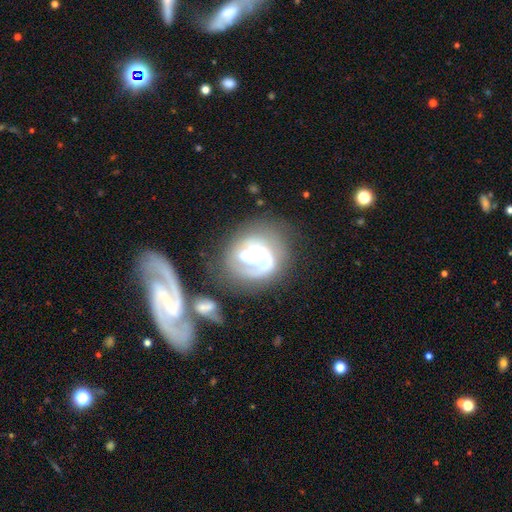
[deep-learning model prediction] smooth-or-featured: featured or disk: 73% | smooth: 20% | star or artifact: 7%
  disk-edge-on: no: 98% | yes: 2%
    bar: no: 73% | weak: 20% | strong: 6%
    has-spiral-arms: yes: 75% | no: 25%
      spiral-winding: tight: 50% | medium: 31% | loose: 18%
      spiral-arm-count: 1: 42% | 2: 24% | can't tell: 22% | 3: 7% | 4: 2% | more than 4: 2%
    bulge-size: moderate: 53% | small: 26% | large: 14% | none: 4% | dominant: 3%
  merging: none: 40% | major disturbance: 23% | merger: 19% | minor disturbance: 18%